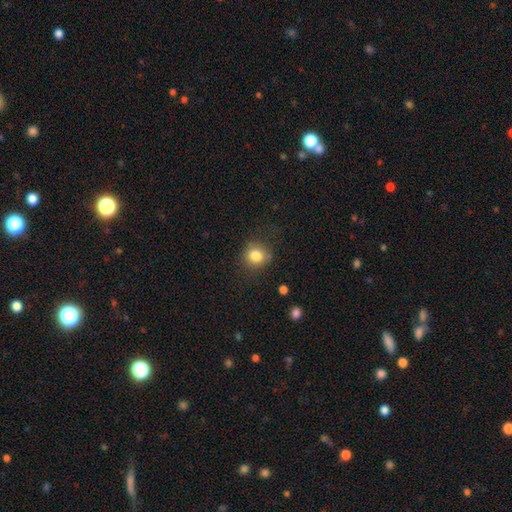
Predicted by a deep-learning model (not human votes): A smooth galaxy with no disk features (82%) that is round (79%). Merging: none (78%).